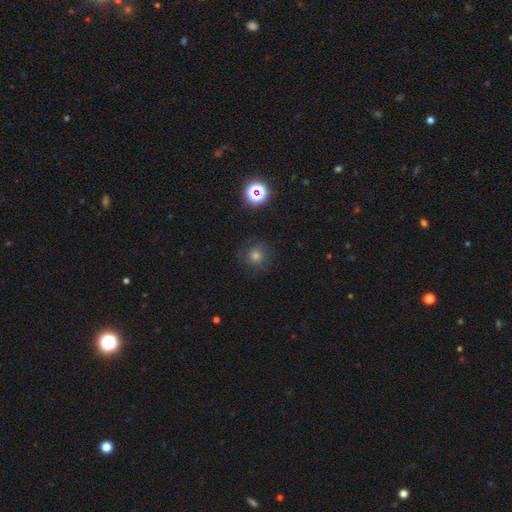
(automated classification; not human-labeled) Smooth or featured? Predicted: smooth (p=0.49). Merging? Predicted: none (p=0.82).